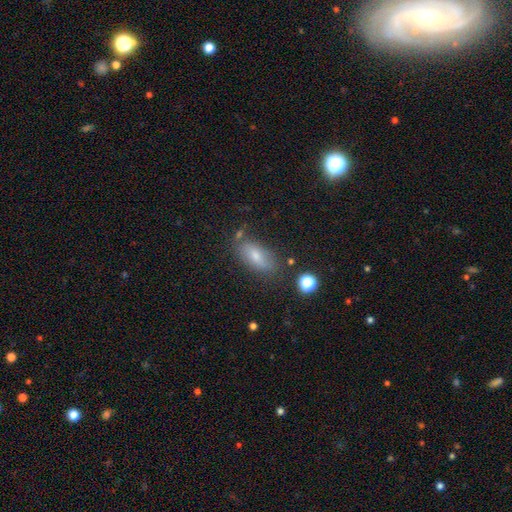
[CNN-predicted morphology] Overall: smooth (65%). How rounded: in between (81%). Merging: none (73%).